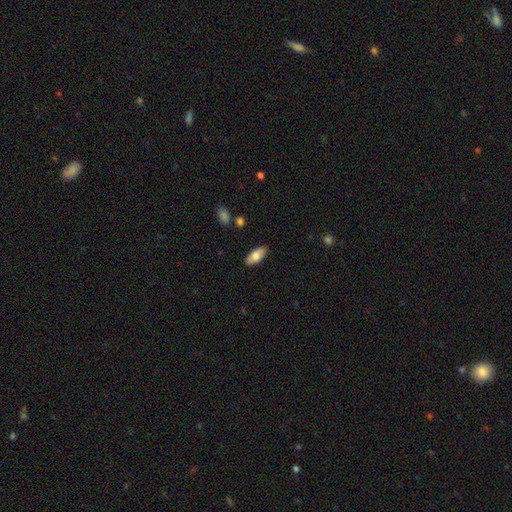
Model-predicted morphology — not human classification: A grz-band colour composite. It shows a smooth galaxy with no disk features (77%) that is in between round and cigar-shaped (86%). Merging: none (87%).